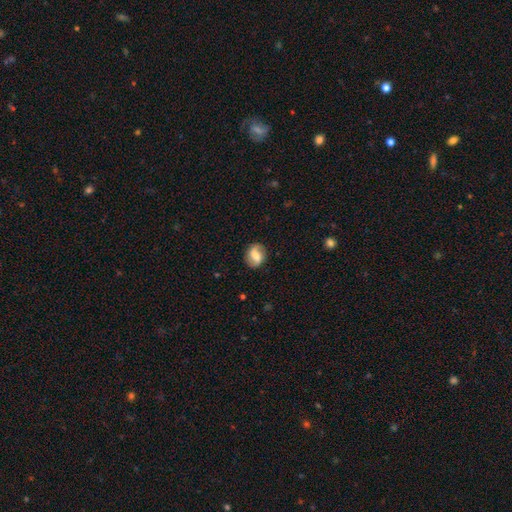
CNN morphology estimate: A featured or disk galaxy (47%). Merging: none (83%).